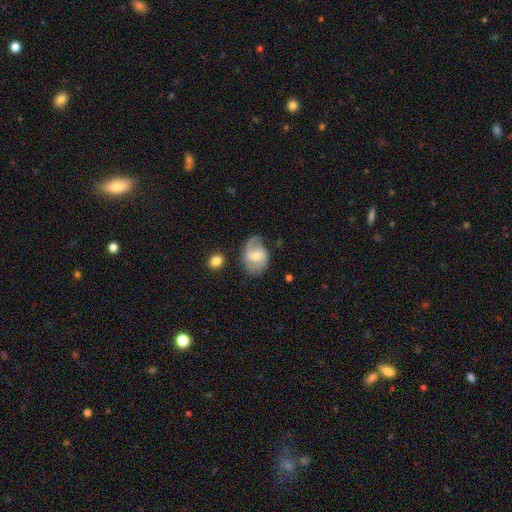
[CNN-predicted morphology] Smooth or featured? featured or disk (60%)
Edge-on disk? no (97%)
Bar? weak (53%)
Spiral arms? yes (86%)
Bulge size? moderate (45%)
Merging? none (56%)